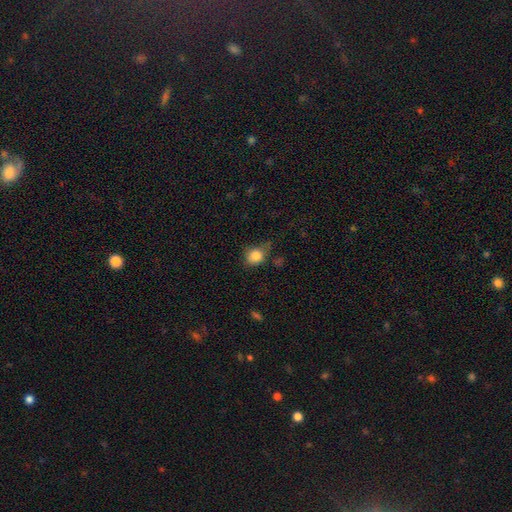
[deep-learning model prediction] smooth_or_featured: smooth (p=0.83) [alt: star or artifact p=0.10]
how_rounded: round (p=0.63) [alt: in between p=0.36]
merging: none (p=0.53) [alt: minor disturbance p=0.33]